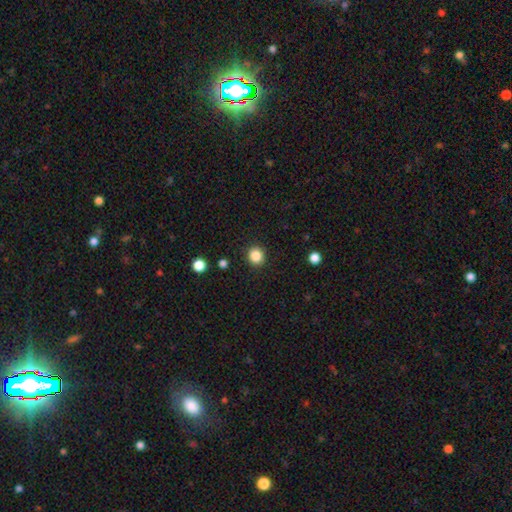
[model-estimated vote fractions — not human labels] This appears to be a smooth galaxy with no disk features (86%) that is round (89%). Merging: none (91%).